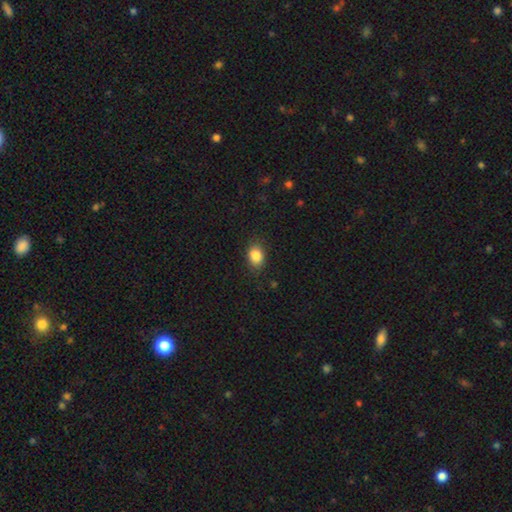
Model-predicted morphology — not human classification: smooth 86%, star or artifact 9%, featured or disk 5%. Down the decision tree: how rounded — in between (70%); merging — none (81%).